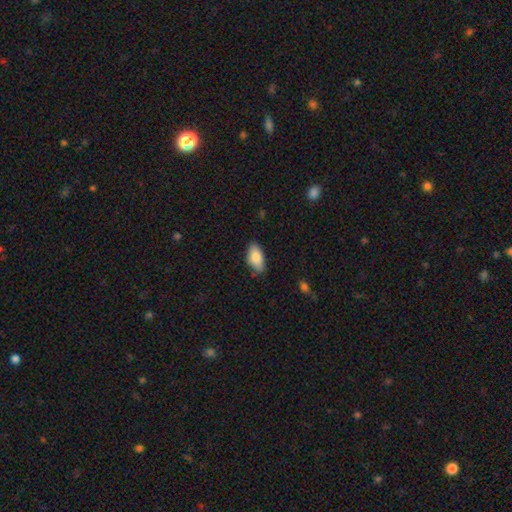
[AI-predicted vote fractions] This appears to be a smooth galaxy with no disk features (82%) that is in between round and cigar-shaped (92%). Merging: none (77%).